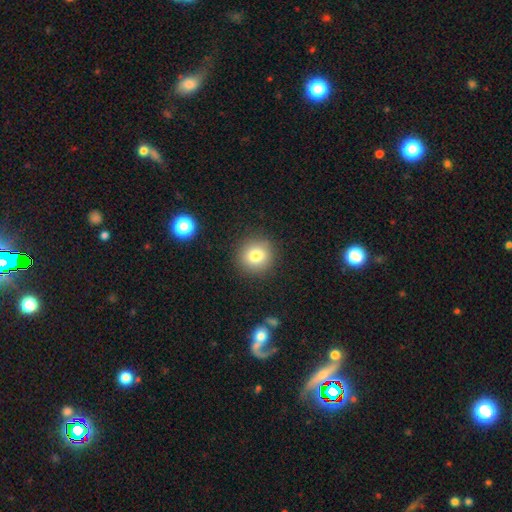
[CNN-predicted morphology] smooth 79%, star or artifact 12%, featured or disk 9%. Down the decision tree: how rounded — round (91%); merging — none (89%).